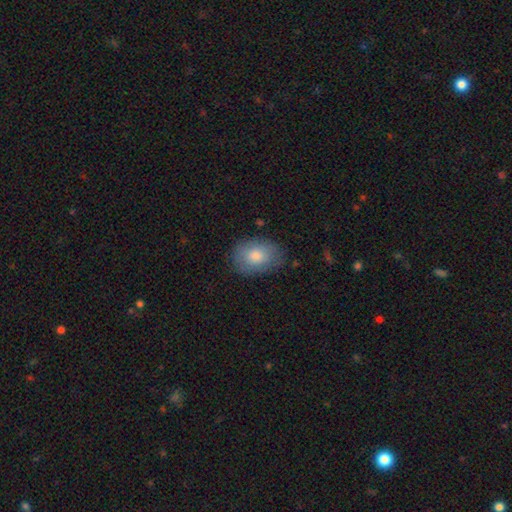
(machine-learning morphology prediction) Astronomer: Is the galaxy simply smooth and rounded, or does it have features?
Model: smooth — 80%.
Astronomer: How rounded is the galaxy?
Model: in between — 73%.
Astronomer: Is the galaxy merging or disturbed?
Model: none — 78%.